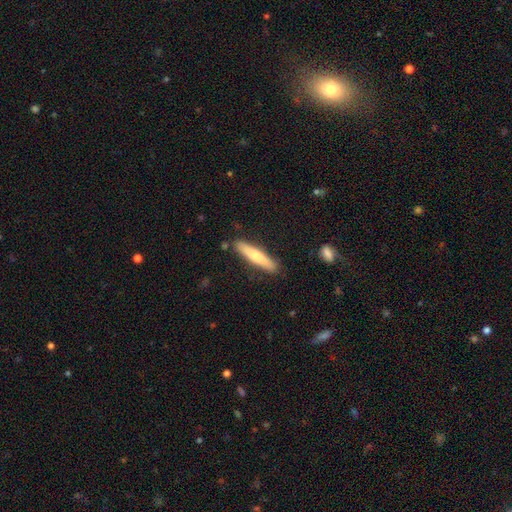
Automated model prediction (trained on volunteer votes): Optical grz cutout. It shows a smooth galaxy with no disk features (67%) that is cigar-shaped (89%). Merging: none (87%).